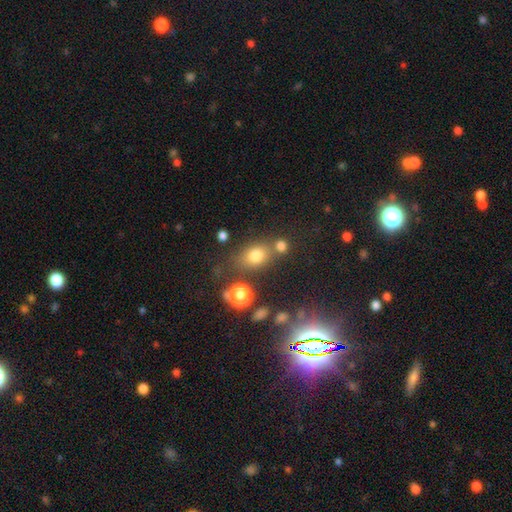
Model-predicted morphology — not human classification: Smooth or featured?
  - smooth: 72% *
  - star or artifact: 17%
  - featured or disk: 11%
How rounded?
  - in between: 59% *
  - round: 39%
  - cigar-shaped: 2%
Merging?
  - none: 63% *
  - merger: 17%
  - minor disturbance: 14%
  - major disturbance: 6%